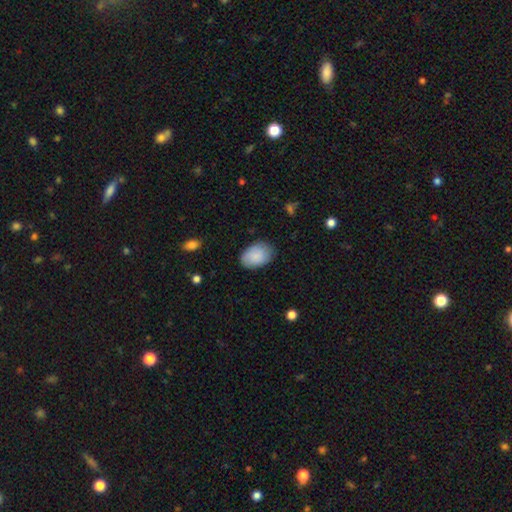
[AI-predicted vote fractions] Smooth or featured: smooth — 86% (featured or disk — 8%)
How rounded: in between — 87% (round — 12%)
Merging: none — 81% (minor disturbance — 15%)